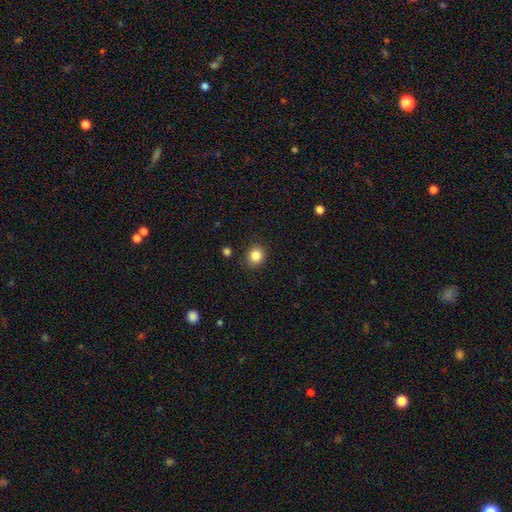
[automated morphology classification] This is clearly a smooth galaxy (84%). How rounded: clearly round (81%). Merging: clearly none (89%).